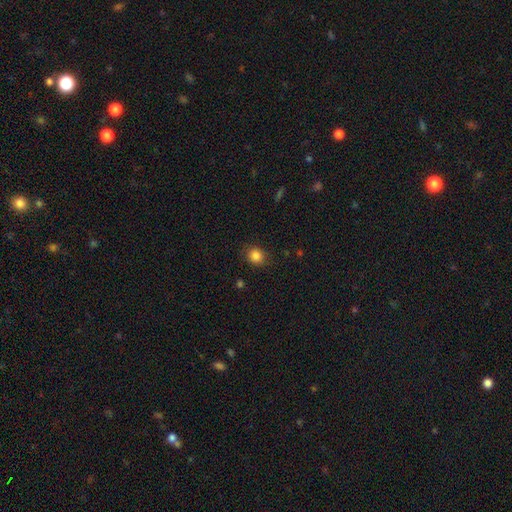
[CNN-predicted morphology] This appears to be a smooth galaxy with no disk features (85%) that is round (76%). Merging: none (86%).